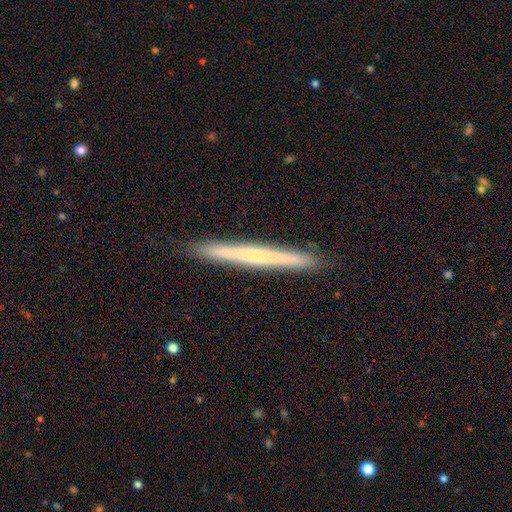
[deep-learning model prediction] Smooth or featured: featured or disk — 50% (smooth — 44%)
Merging: none — 92% (minor disturbance — 6%)